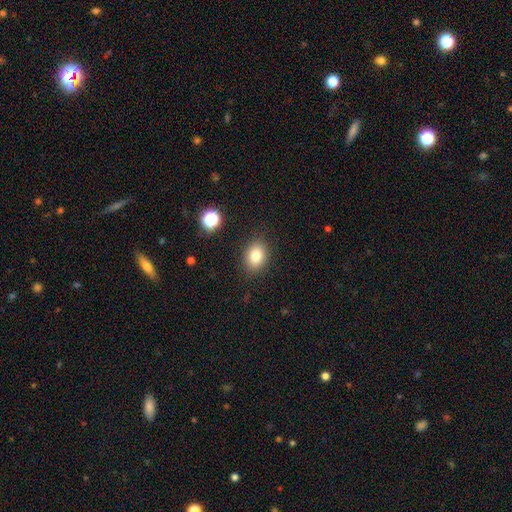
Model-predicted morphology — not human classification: smooth 80%, star or artifact 11%, featured or disk 9%. Down the decision tree: how rounded — in between (60%); merging — none (86%).